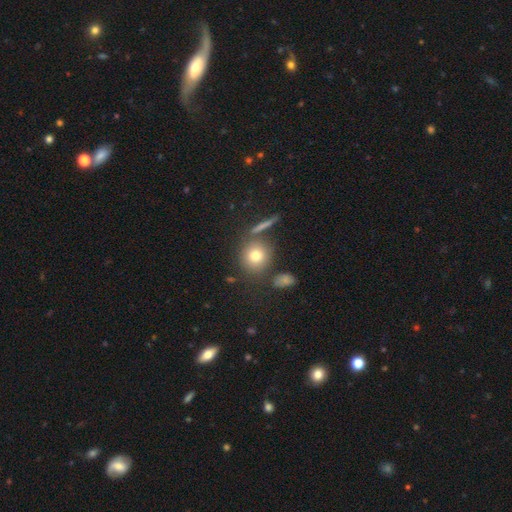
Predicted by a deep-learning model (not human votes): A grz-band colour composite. It shows a smooth galaxy with no disk features (76%) that is round (83%). Merging: none (74%).